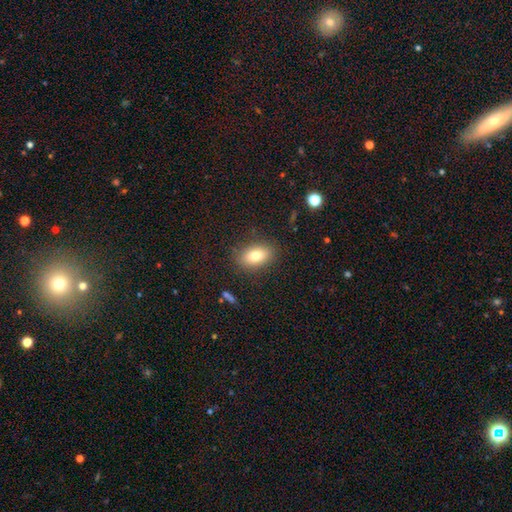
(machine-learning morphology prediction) This appears to be a smooth galaxy with no disk features (77%) that is in between round and cigar-shaped (84%). Merging: none (85%).